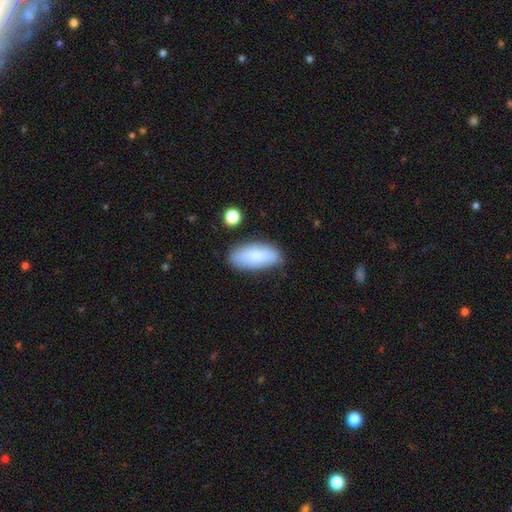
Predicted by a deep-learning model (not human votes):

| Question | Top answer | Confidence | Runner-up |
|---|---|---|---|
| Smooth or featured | smooth | 81% | featured or disk (12%) |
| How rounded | in between | 85% | cigar-shaped (13%) |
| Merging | none | 72% | minor disturbance (20%) |